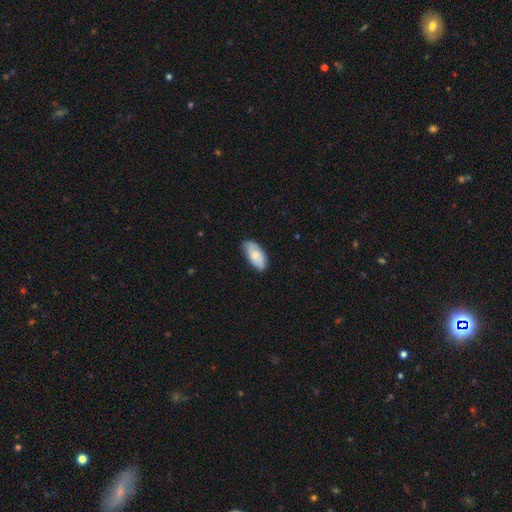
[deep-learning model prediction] This appears to be a smooth galaxy with no disk features (70%) that is in between round and cigar-shaped (93%). Merging: none (75%).